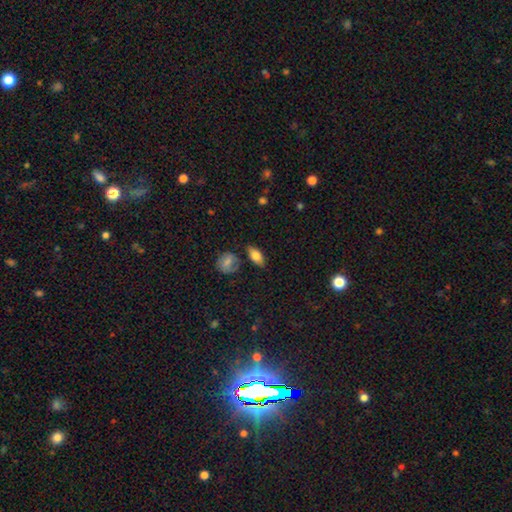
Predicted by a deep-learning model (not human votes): This is likely a smooth galaxy (72%). How rounded: clearly in between (80%). Merging: likely none (77%).